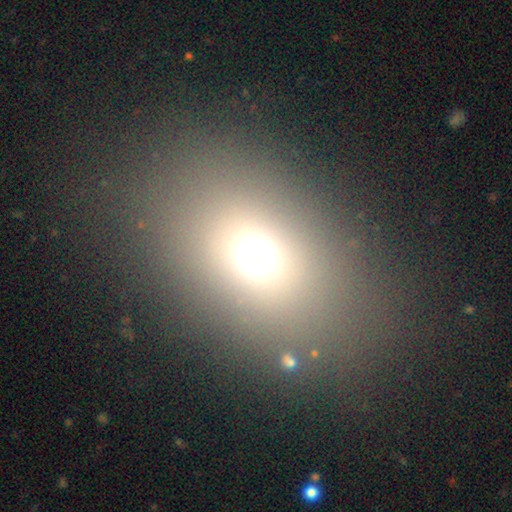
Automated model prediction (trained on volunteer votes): The model was most divided on "how rounded": in between: 68%, round: 30%, cigar-shaped: 2%. More confident: merging — none (81%); smooth or featured — smooth (68%).